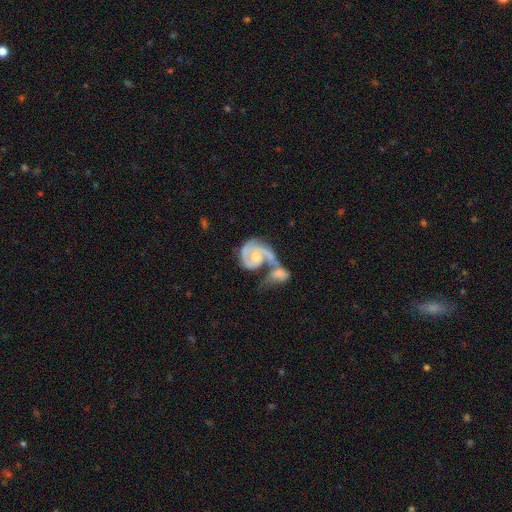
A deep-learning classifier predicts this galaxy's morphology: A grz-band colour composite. It shows a featured or disk galaxy (83%) with no bar (62%), 2 (64%) tight (44%) spiral arms (94%) and a moderate central bulge (46%). Merging: merger (63%).